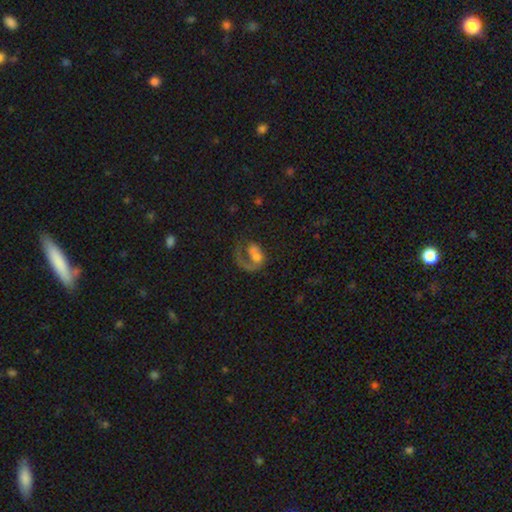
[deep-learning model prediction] Overall: featured or disk (57%; smooth 30%). Edge-on disk: no (98%). Bar: no (81%). Spiral arms: yes (64%; no 36%). Bulge size: moderate (39%; small 23%). Merging: major disturbance (45%; none 29%).